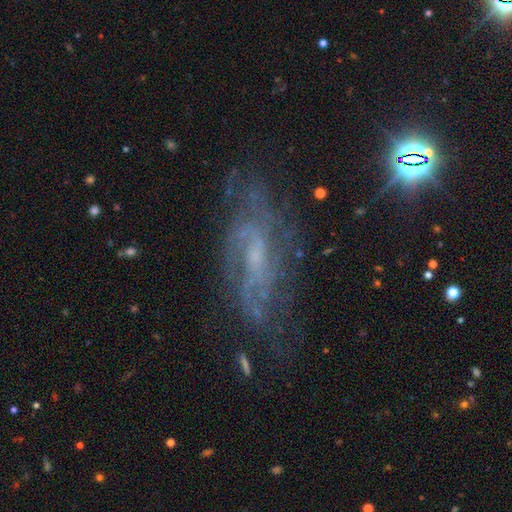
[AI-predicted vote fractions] This is likely a featured or disk galaxy (75%). It is clearly not viewed edge-on (88%). Bar: marginally weak (45%). Spiral arm pattern: clearly yes (86%). Spiral arm count: possibly can't tell (50%). Spiral winding: marginally medium (40%, tied with tight). Central bulge: possibly small (58%). Merging: likely none (66%).